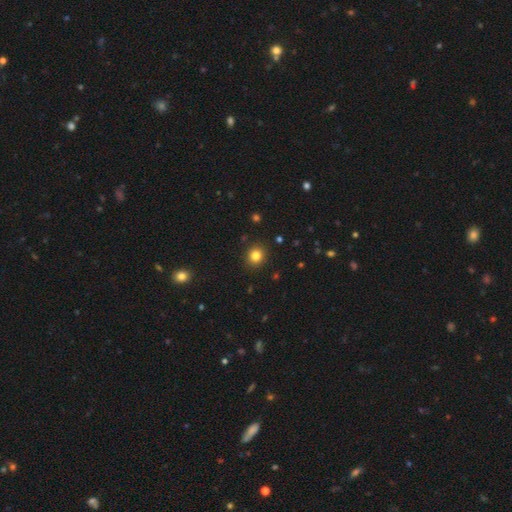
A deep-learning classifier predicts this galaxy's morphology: Smooth or featured?
  - smooth: 82% *
  - star or artifact: 13%
  - featured or disk: 5%
How rounded?
  - round: 85% *
  - in between: 15%
  - cigar-shaped: 1%
Merging?
  - none: 91% *
  - minor disturbance: 6%
  - major disturbance: 2%
  - merger: 1%